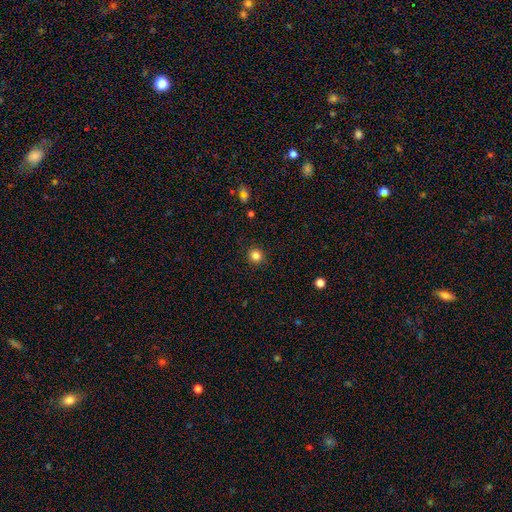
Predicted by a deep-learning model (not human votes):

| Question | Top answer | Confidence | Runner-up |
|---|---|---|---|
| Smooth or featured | smooth | 83% | star or artifact (12%) |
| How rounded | round | 93% | in between (6%) |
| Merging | none | 92% | minor disturbance (5%) |